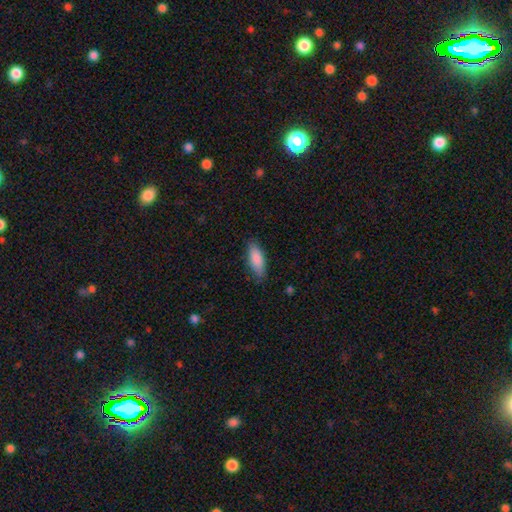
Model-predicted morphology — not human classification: The model was most divided on "how rounded": in between: 60%, cigar-shaped: 37%, round: 2%. More confident: merging — none (84%); smooth or featured — smooth (82%).